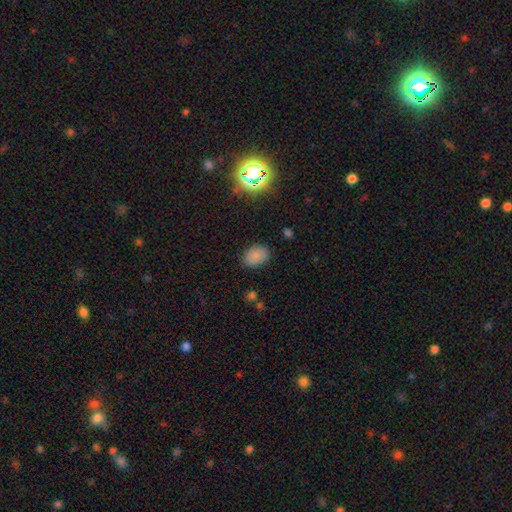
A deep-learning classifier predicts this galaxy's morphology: smooth 81%, star or artifact 13%, featured or disk 6%. Down the decision tree: how rounded — in between (77%); merging — none (83%).